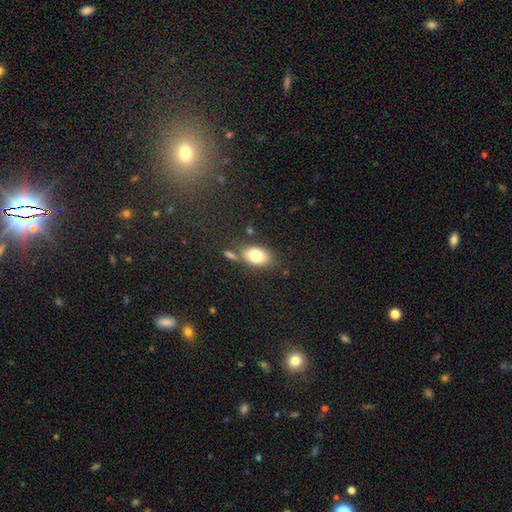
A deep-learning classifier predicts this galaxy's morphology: smooth-or-featured: smooth: 80% | featured or disk: 12% | star or artifact: 8%
  how-rounded: in between: 88% | round: 10% | cigar-shaped: 2%
  merging: none: 65% | minor disturbance: 16% | merger: 14% | major disturbance: 5%